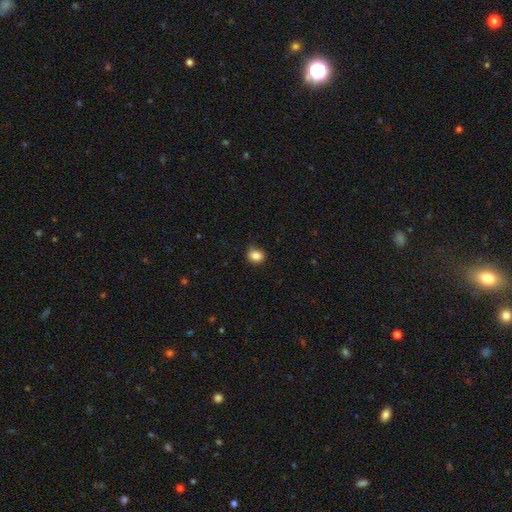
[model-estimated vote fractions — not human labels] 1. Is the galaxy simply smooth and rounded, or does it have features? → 85% smooth, 10% star or artifact, 5% featured or disk.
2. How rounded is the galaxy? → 51% round, 48% in between, 1% cigar-shaped.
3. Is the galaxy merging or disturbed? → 72% none, 22% minor disturbance, 4% major disturbance, 1% merger.